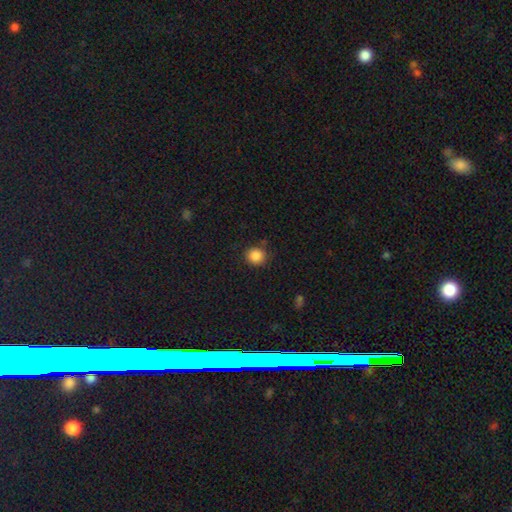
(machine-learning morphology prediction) smooth-or-featured: smooth: 87% | star or artifact: 10% | featured or disk: 3%
  how-rounded: round: 86% | in between: 13% | cigar-shaped: 1%
  merging: none: 84% | minor disturbance: 11% | major disturbance: 3% | merger: 2%